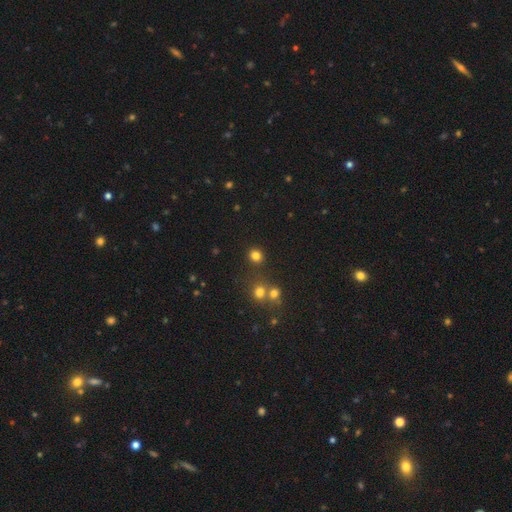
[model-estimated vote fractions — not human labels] Smooth or featured? Predicted: smooth (p=0.79). How rounded? Predicted: round (p=0.86). Merging? Predicted: none (p=0.81).